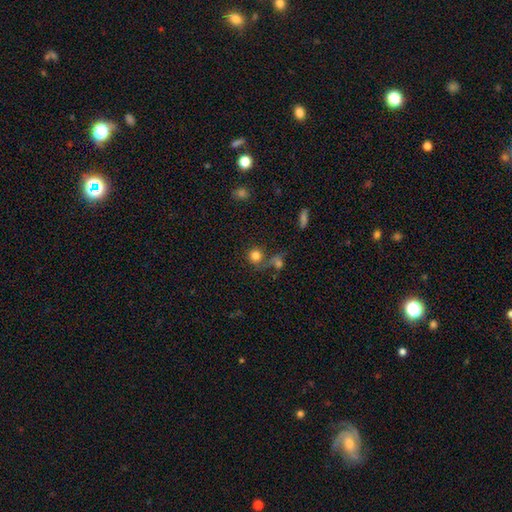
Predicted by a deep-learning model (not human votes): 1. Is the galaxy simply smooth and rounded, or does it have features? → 80% smooth, 13% star or artifact, 7% featured or disk.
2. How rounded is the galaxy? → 89% round, 10% in between, 1% cigar-shaped.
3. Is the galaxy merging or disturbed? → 62% none, 21% merger, 11% minor disturbance, 6% major disturbance.